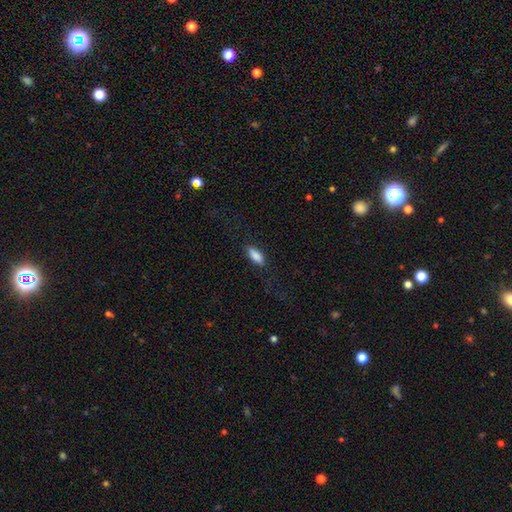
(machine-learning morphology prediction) This is clearly a smooth galaxy (86%). How rounded: likely in between (69%). Merging: clearly none (80%).